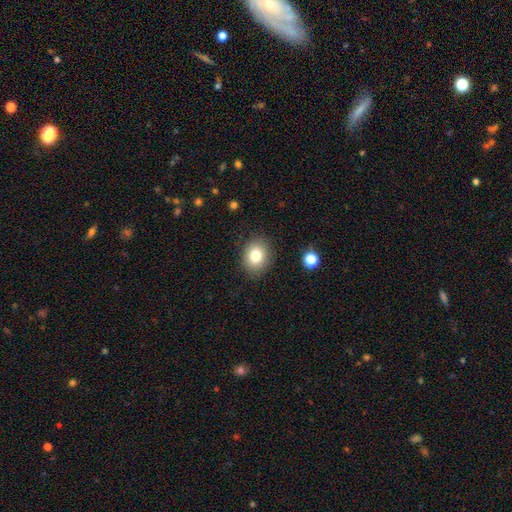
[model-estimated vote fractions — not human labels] Morphology: type=smooth (81%); roundness=round (53%); merging=none (86%).